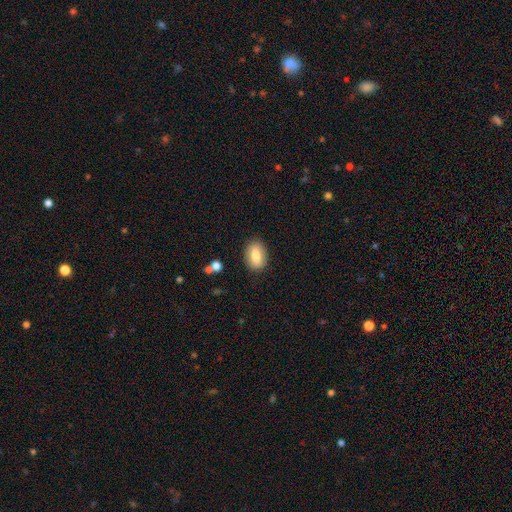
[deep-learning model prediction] smooth_or_featured: smooth (p=0.75) [alt: featured or disk p=0.18]
how_rounded: in between (p=0.82) [alt: round p=0.16]
merging: none (p=0.85) [alt: minor disturbance p=0.10]